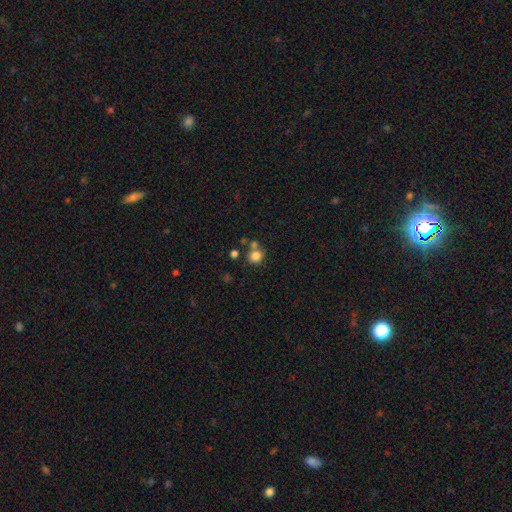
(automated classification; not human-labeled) This appears to be a smooth galaxy with no disk features (81%) that is round (83%). Merging: none (62%).